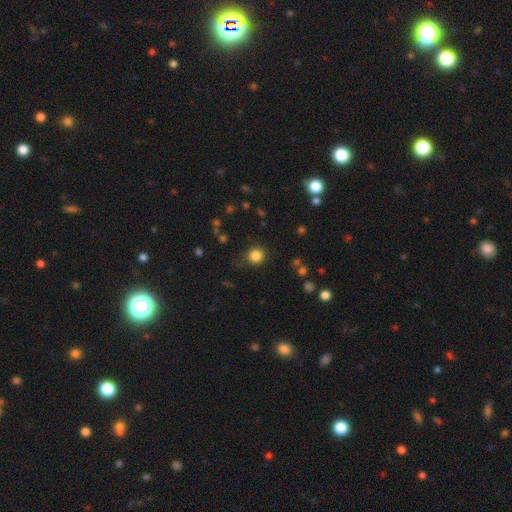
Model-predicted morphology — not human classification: A smooth galaxy with no disk features (84%) that is round (92%). Merging: none (85%).